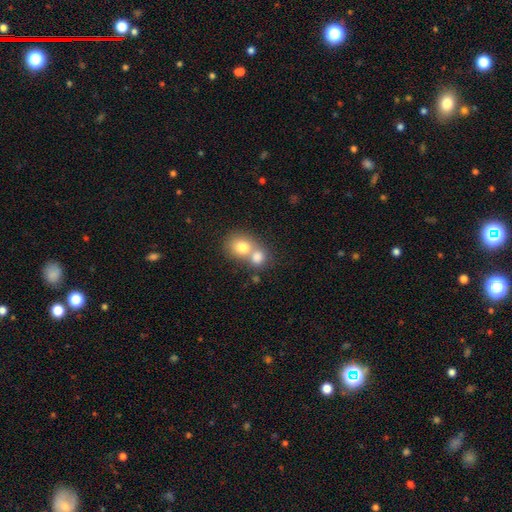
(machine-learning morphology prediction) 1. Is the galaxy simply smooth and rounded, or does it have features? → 73% smooth, 15% featured or disk, 12% star or artifact.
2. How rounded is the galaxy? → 71% round, 28% in between, 1% cigar-shaped.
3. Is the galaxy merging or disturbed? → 65% merger, 28% none, 5% minor disturbance, 2% major disturbance.